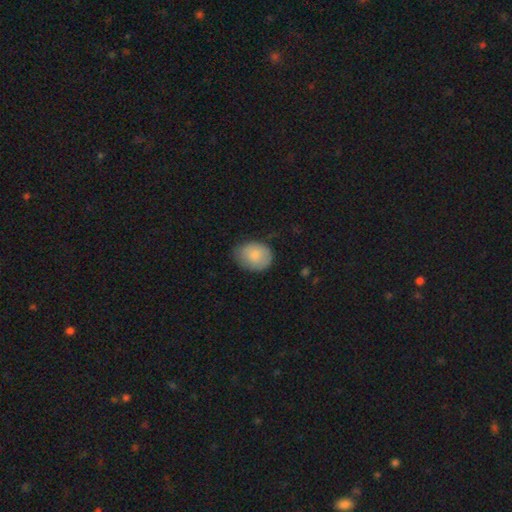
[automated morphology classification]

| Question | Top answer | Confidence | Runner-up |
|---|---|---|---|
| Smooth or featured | smooth | 82% | featured or disk (12%) |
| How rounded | in between | 53% | round (46%) |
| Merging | none | 65% | minor disturbance (28%) |